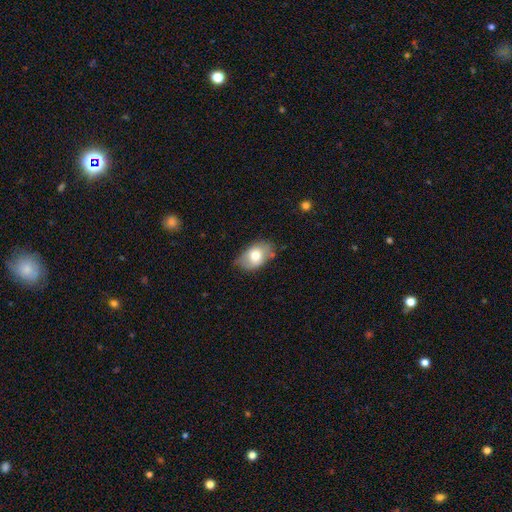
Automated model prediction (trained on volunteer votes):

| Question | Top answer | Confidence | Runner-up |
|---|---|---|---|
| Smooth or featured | smooth | 71% | featured or disk (21%) |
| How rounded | in between | 86% | round (13%) |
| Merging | none | 64% | minor disturbance (27%) |